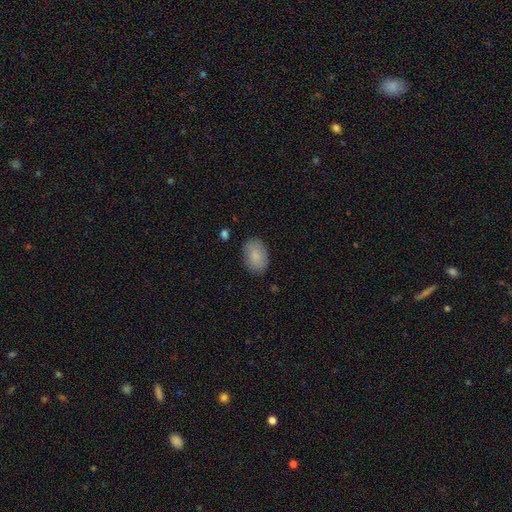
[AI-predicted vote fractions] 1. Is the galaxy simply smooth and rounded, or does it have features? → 86% smooth, 7% featured or disk, 7% star or artifact.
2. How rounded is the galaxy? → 84% in between, 15% round, 1% cigar-shaped.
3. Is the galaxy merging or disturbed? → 83% none, 12% minor disturbance, 3% major disturbance, 1% merger.